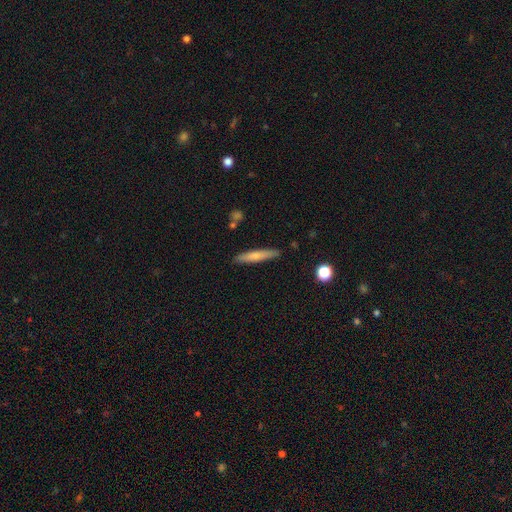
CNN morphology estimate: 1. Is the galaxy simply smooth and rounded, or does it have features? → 64% smooth, 30% featured or disk, 6% star or artifact.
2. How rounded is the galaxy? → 91% cigar-shaped, 8% in between, 1% round.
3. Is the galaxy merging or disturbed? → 88% none, 8% minor disturbance, 2% merger, 2% major disturbance.